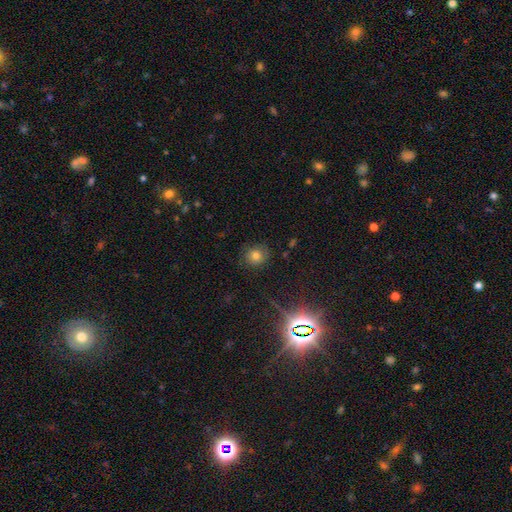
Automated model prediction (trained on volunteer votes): Q: Smooth or featured?
A: smooth (74%); runner-up: star or artifact (17%)
Q: How rounded?
A: round (87%); runner-up: in between (12%)
Q: Merging?
A: none (84%); runner-up: minor disturbance (11%)